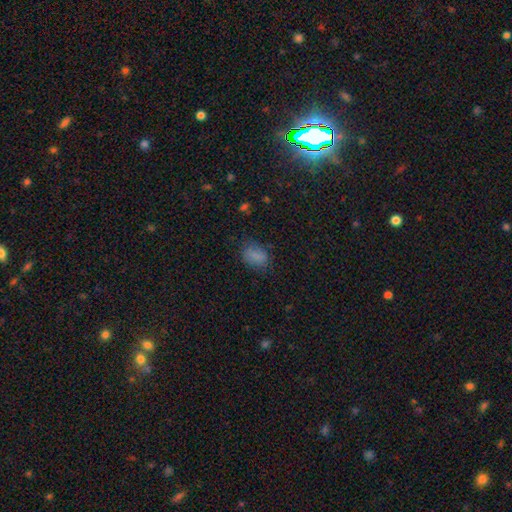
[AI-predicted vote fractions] smooth 80%, star or artifact 12%, featured or disk 8%. Down the decision tree: how rounded — in between (81%); merging — none (70%).